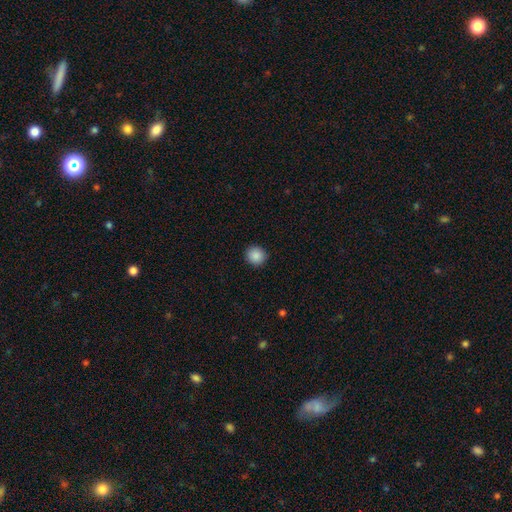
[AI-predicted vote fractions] Smooth or featured?
  - smooth: 88% *
  - star or artifact: 9%
  - featured or disk: 3%
How rounded?
  - round: 91% *
  - in between: 8%
  - cigar-shaped: 1%
Merging?
  - none: 92% *
  - minor disturbance: 5%
  - major disturbance: 2%
  - merger: 1%